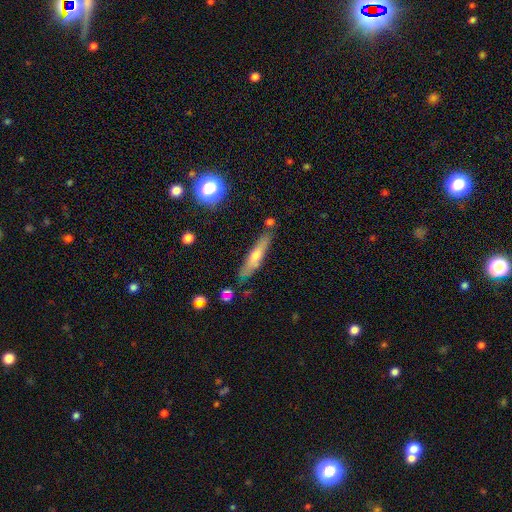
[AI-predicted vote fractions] smooth-or-featured: smooth: 51% | featured or disk: 42% | star or artifact: 8%
  how-rounded: cigar-shaped: 84% | in between: 14% | round: 2%
  merging: none: 76% | minor disturbance: 15% | merger: 5% | major disturbance: 3%